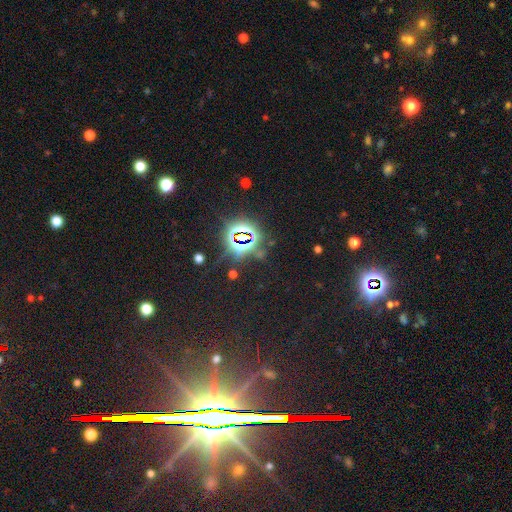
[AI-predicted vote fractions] Q: Smooth or featured?
A: star or artifact (79%); runner-up: featured or disk (10%)